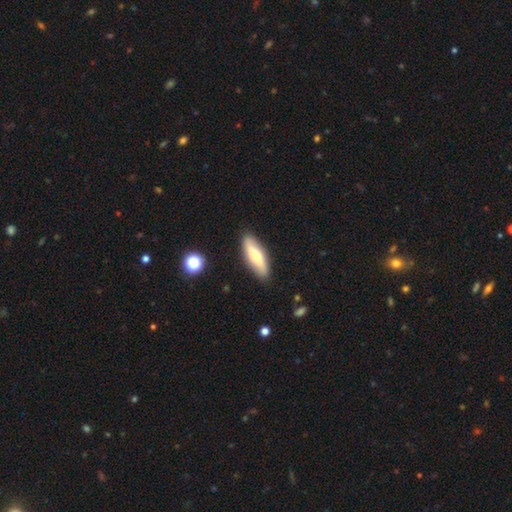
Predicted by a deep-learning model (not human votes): Smooth or featured: smooth — 55% (featured or disk — 39%)
How rounded: in between — 51% (cigar-shaped — 47%)
Merging: none — 87% (minor disturbance — 9%)